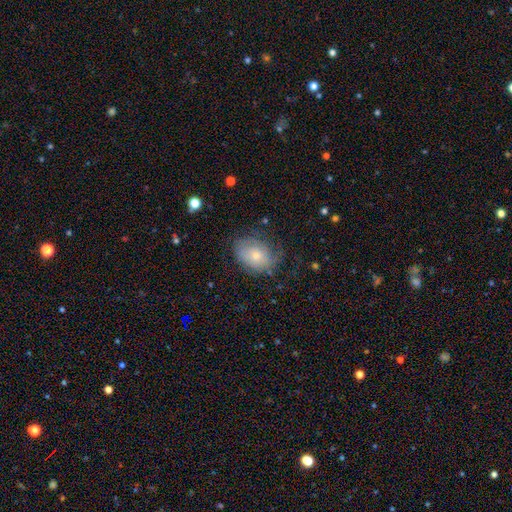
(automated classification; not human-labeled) Q: Smooth or featured?
A: smooth (61%); runner-up: featured or disk (32%)
Q: How rounded?
A: in between (68%); runner-up: round (30%)
Q: Merging?
A: none (55%); runner-up: minor disturbance (29%)